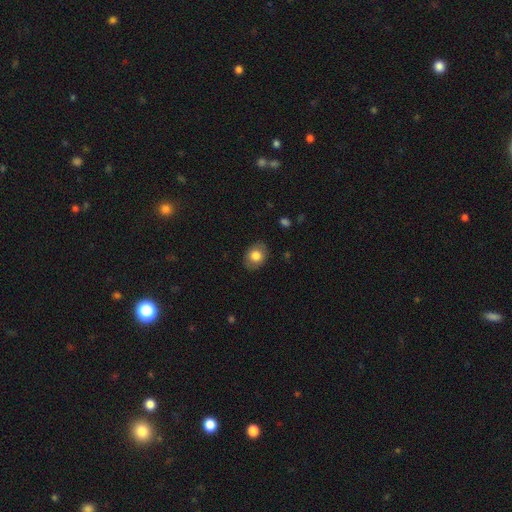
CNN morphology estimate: This is likely a smooth galaxy (78%). How rounded: possibly in between (58%). Merging: clearly none (85%).